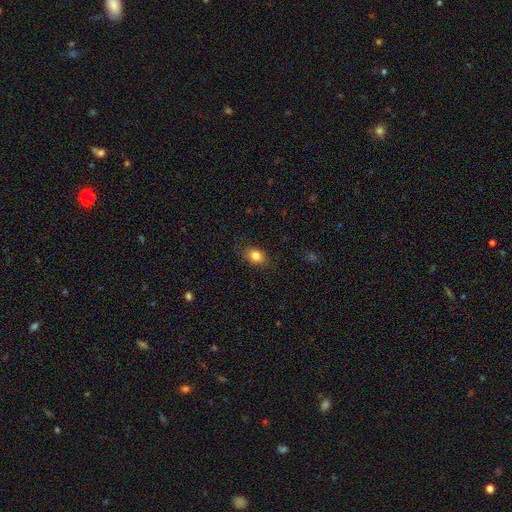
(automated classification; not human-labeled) Smooth or featured? smooth (82%)
How rounded? in between (70%)
Merging? none (83%)